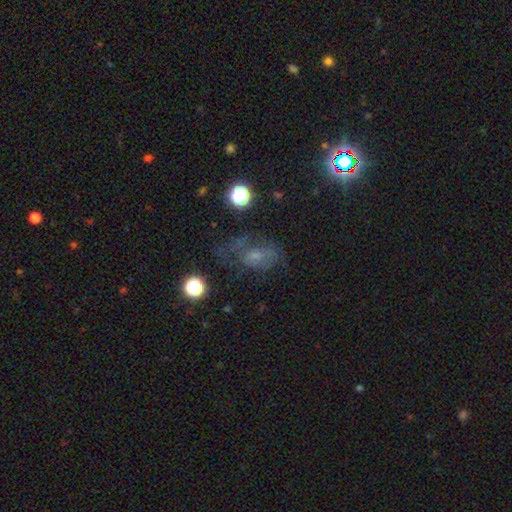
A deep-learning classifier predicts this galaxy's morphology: type=featured or disk (37%); merging=none (45%).